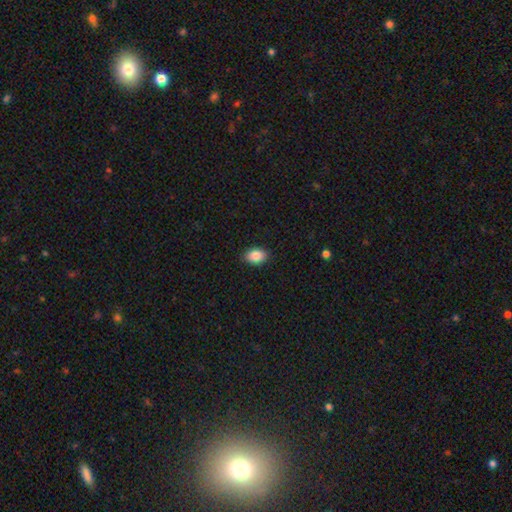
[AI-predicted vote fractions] The model was most divided on "how rounded": in between: 79%, round: 20%, cigar-shaped: 1%. More confident: merging — none (89%); smooth or featured — smooth (87%).